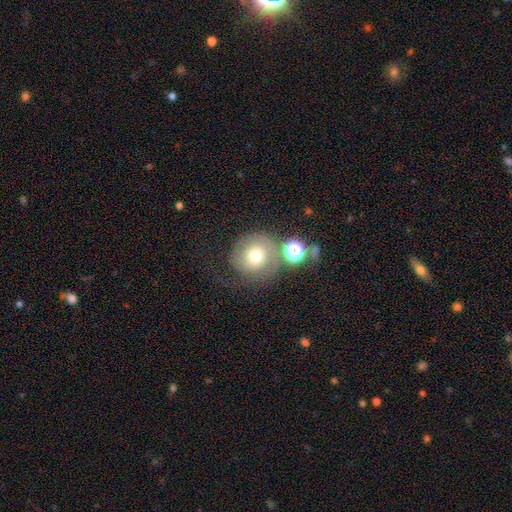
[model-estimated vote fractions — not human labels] A smooth galaxy with no disk features (61%) that is round (91%). Merging: none (56%).